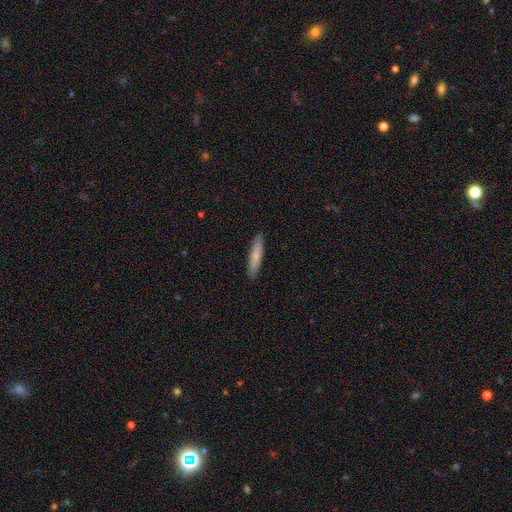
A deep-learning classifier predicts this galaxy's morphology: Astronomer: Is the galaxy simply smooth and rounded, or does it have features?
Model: smooth — 74%.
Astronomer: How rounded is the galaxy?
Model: cigar-shaped — 87%.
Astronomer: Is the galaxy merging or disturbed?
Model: none — 89%.